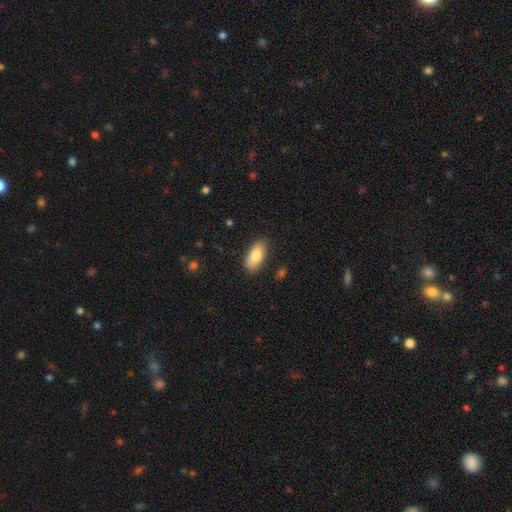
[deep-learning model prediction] This is clearly a smooth galaxy (82%). How rounded: clearly in between (89%). Merging: clearly none (85%).